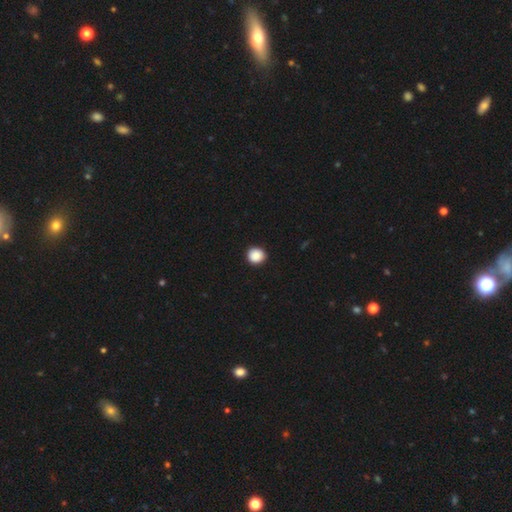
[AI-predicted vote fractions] Smooth or featured? Predicted: smooth (p=0.89). How rounded? Predicted: round (p=0.86). Merging? Predicted: none (p=0.91).